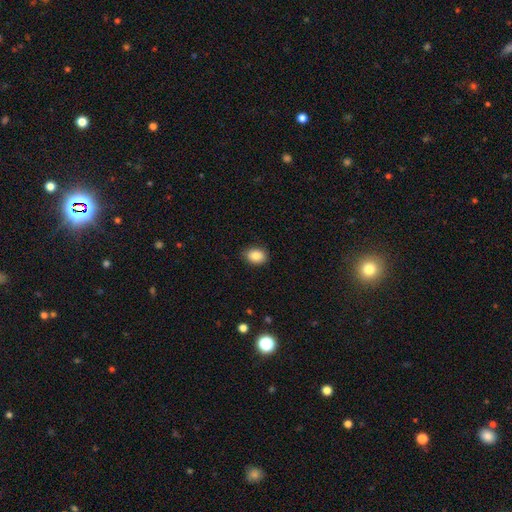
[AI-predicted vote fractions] Morphology: type=smooth (85%); roundness=in between (68%); merging=none (86%).